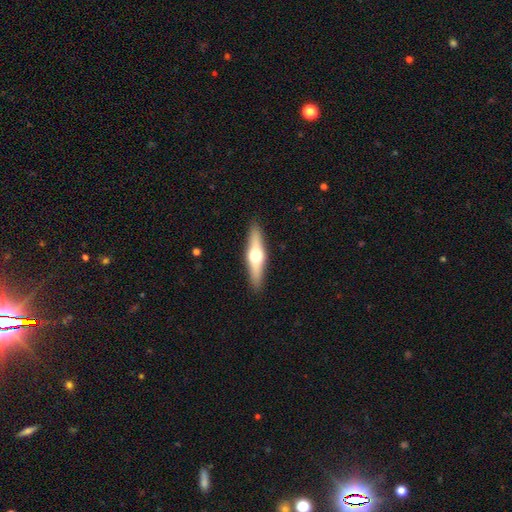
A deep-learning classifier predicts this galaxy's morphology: A featured or disk galaxy (55%) viewed edge-on (93%) with a rounded central bulge (95%).

Vote fractions:
- Smooth or featured? featured or disk: 55% / smooth: 39% / star or artifact: 6%
- Edge-on disk? yes: 93% / no: 7%
- Edge-on bulge? rounded: 95% / boxy: 3% / none: 2%
- Merging? none: 90% / minor disturbance: 7% / major disturbance: 2% / merger: 1%